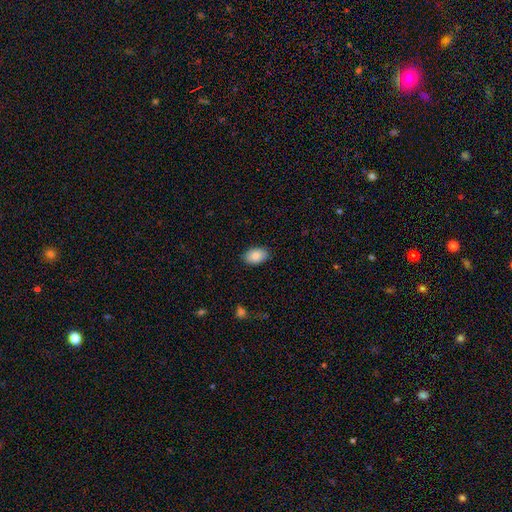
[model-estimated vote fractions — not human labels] The model was most divided on "merging": none: 88%, minor disturbance: 9%, major disturbance: 2%, merger: 1%. More confident: how rounded — in between (89%); smooth or featured — smooth (87%).